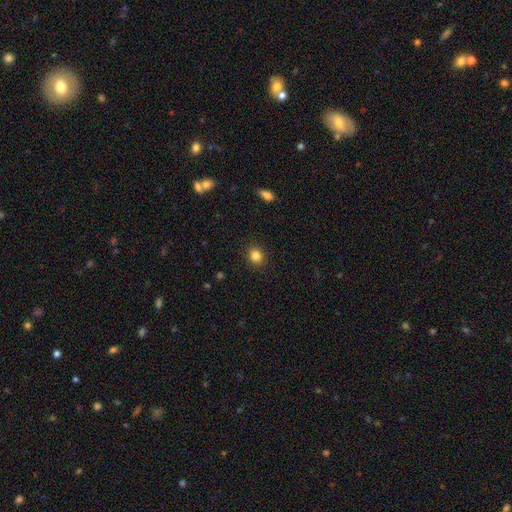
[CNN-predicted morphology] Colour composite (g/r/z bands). It shows a smooth galaxy with no disk features (84%) that is round (79%). Merging: none (91%).